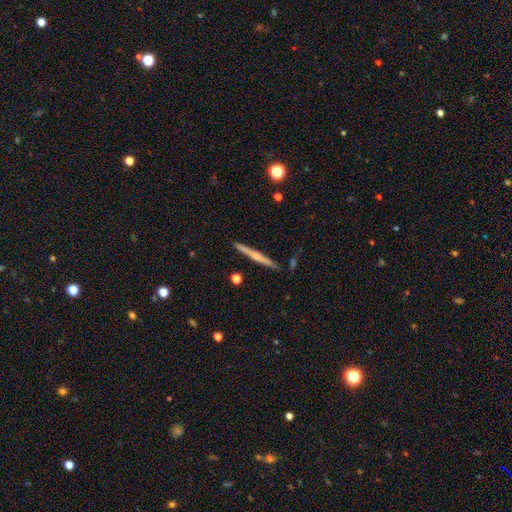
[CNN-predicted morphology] Smooth or featured? featured or disk (65%)
Edge-on disk? yes (98%)
Edge-on bulge? rounded (63%)
Merging? none (91%)